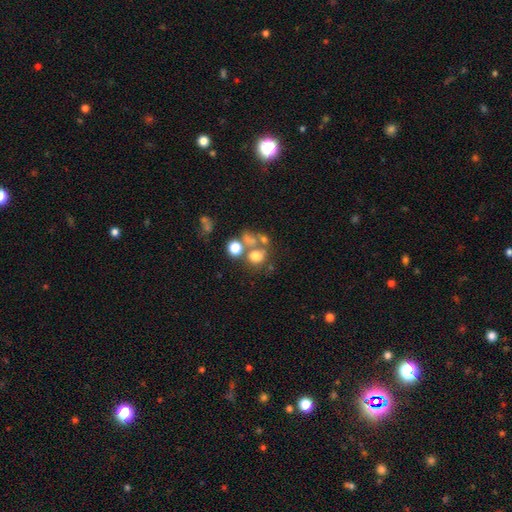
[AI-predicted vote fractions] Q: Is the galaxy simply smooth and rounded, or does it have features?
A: smooth — 65%.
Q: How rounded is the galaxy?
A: round — 74%.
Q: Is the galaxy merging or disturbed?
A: none — 44%.